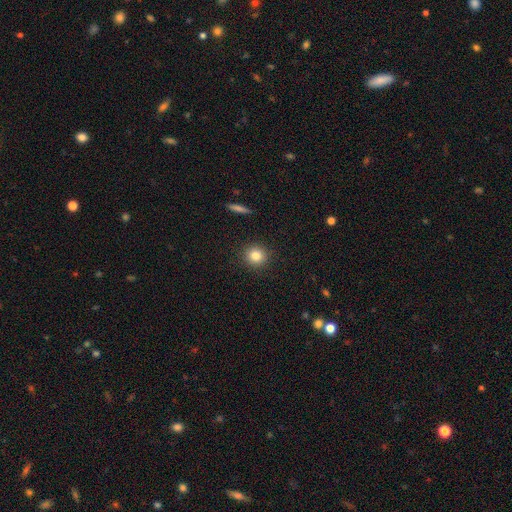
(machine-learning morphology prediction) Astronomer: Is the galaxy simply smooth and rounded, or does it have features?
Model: smooth — 82%.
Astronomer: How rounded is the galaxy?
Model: round — 89%.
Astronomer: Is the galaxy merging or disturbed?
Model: none — 91%.